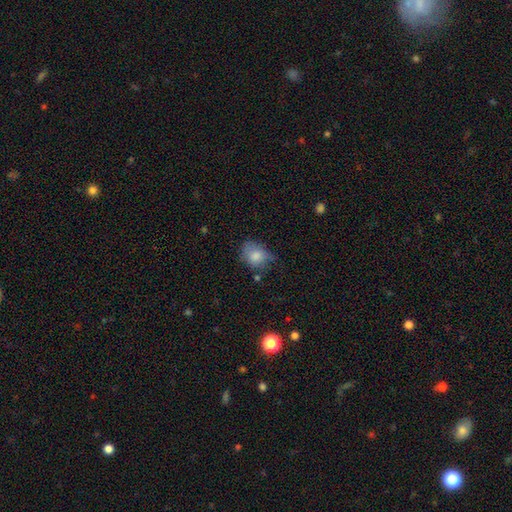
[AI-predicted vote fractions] smooth_or_featured: smooth (p=0.78) [alt: featured or disk p=0.13]
how_rounded: in between (p=0.56) [alt: round p=0.43]
merging: none (p=0.44) [alt: minor disturbance p=0.38]